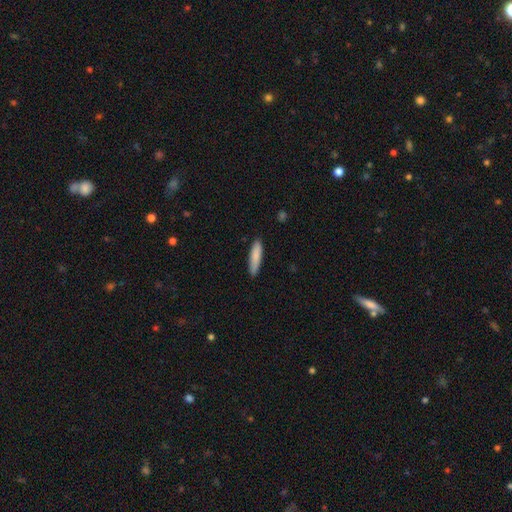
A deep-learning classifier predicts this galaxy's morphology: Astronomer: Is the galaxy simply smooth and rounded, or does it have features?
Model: smooth — 86%.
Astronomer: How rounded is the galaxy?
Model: cigar-shaped — 76%.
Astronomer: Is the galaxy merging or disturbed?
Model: none — 86%.